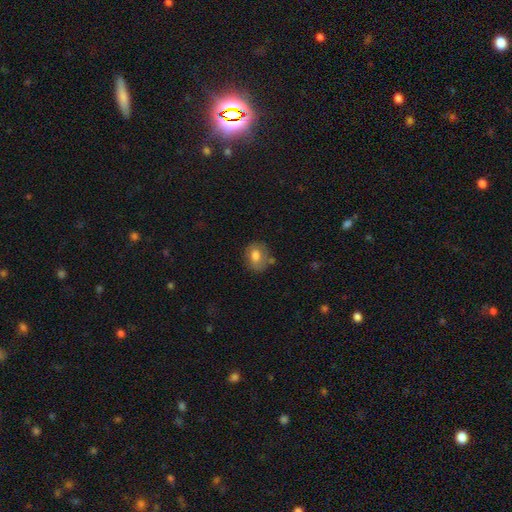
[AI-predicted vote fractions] Morphology: type=smooth (75%); roundness=round (54%); merging=none (67%).